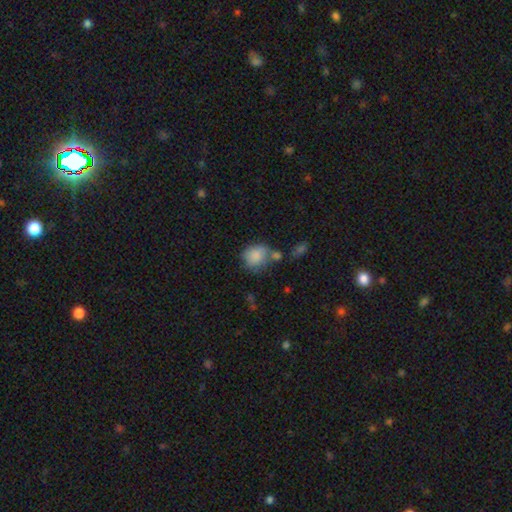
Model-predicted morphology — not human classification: This appears to be a smooth galaxy with no disk features (83%) that is round (69%). Merging: none (45%).